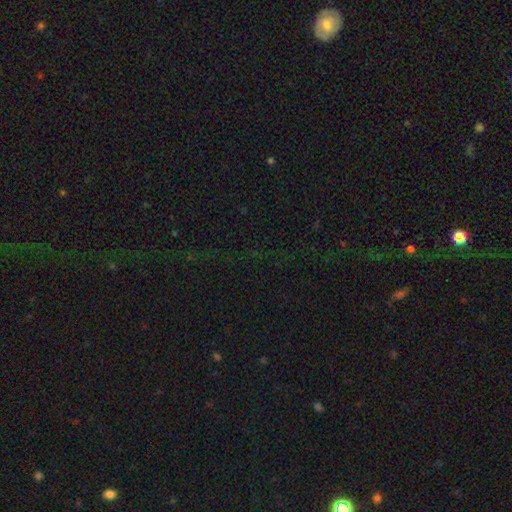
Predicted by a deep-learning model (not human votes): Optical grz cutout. It shows a star or artifact, not a galaxy (77%).